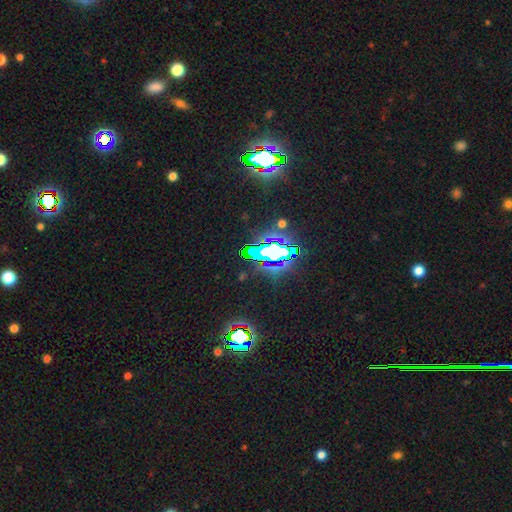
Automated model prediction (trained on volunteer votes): smooth_or_featured: star or artifact (p=0.81) [alt: smooth p=0.10]